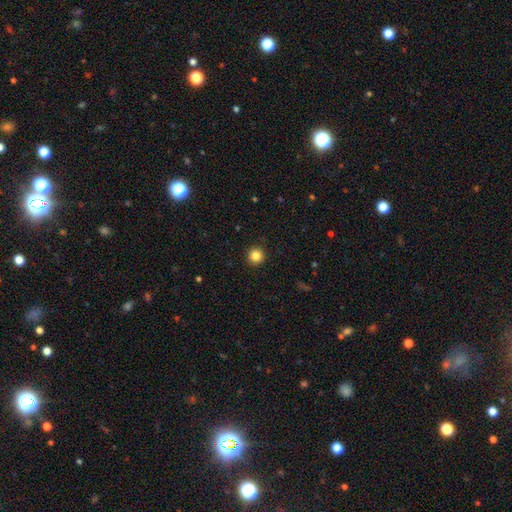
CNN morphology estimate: Smooth or featured? smooth (84%)
How rounded? round (95%)
Merging? none (93%)